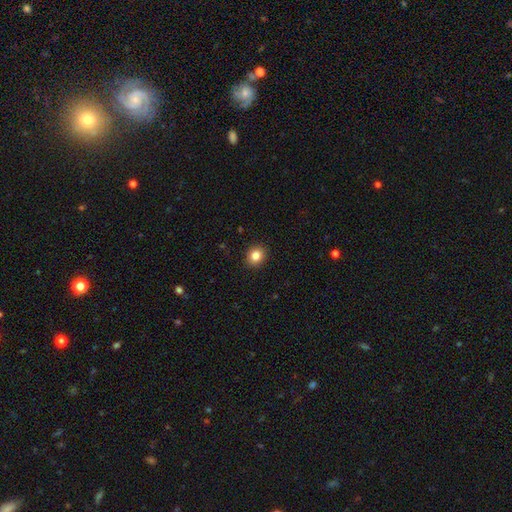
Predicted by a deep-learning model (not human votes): Smooth or featured? smooth (84%)
How rounded? round (76%)
Merging? none (92%)